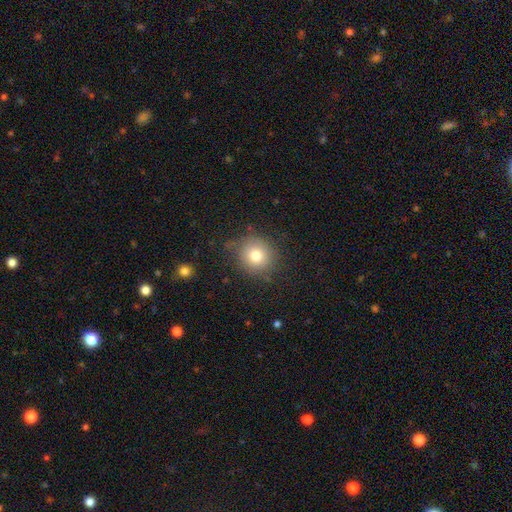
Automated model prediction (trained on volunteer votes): Smooth or featured? Predicted: smooth (p=0.77). How rounded? Predicted: round (p=0.89). Merging? Predicted: none (p=0.81).